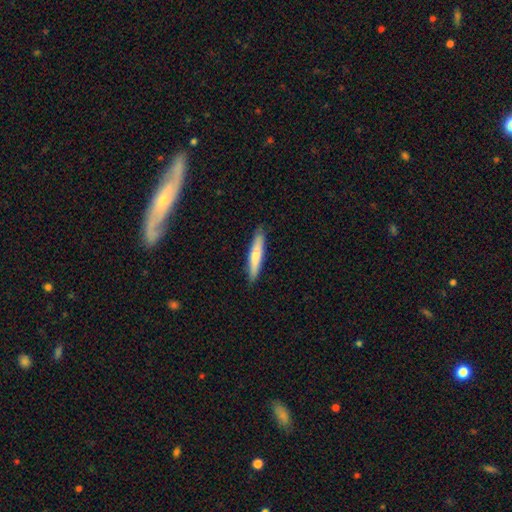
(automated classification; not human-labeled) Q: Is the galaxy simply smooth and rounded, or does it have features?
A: smooth — 71%.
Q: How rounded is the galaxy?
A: cigar-shaped — 91%.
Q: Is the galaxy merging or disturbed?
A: none — 88%.